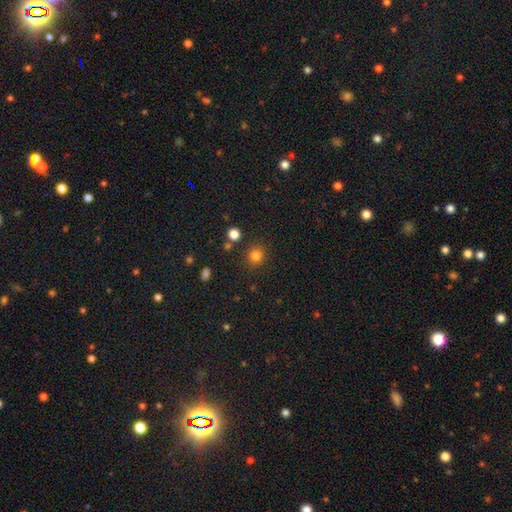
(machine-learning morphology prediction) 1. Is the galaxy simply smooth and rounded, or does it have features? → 82% smooth, 13% star or artifact, 5% featured or disk.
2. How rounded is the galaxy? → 90% round, 9% in between, 1% cigar-shaped.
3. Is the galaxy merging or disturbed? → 87% none, 7% minor disturbance, 3% merger, 3% major disturbance.